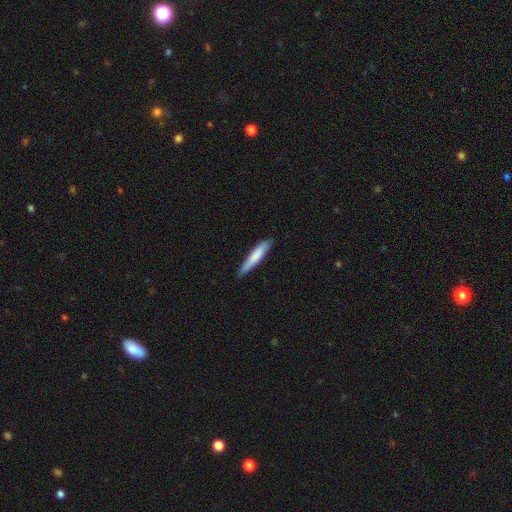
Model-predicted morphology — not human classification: Smooth or featured?
  - smooth: 75% *
  - featured or disk: 20%
  - star or artifact: 5%
How rounded?
  - cigar-shaped: 89% *
  - in between: 10%
  - round: 1%
Merging?
  - none: 83% *
  - minor disturbance: 14%
  - major disturbance: 2%
  - merger: 1%